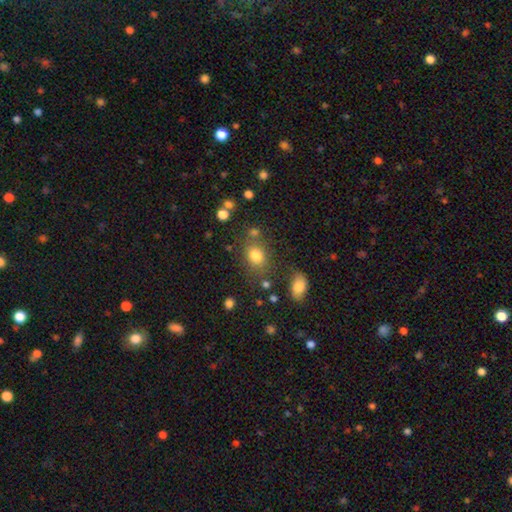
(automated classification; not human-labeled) Smooth or featured?
  - smooth: 79% *
  - star or artifact: 13%
  - featured or disk: 8%
How rounded?
  - in between: 54% *
  - round: 45%
  - cigar-shaped: 1%
Merging?
  - none: 68% *
  - minor disturbance: 15%
  - merger: 11%
  - major disturbance: 6%